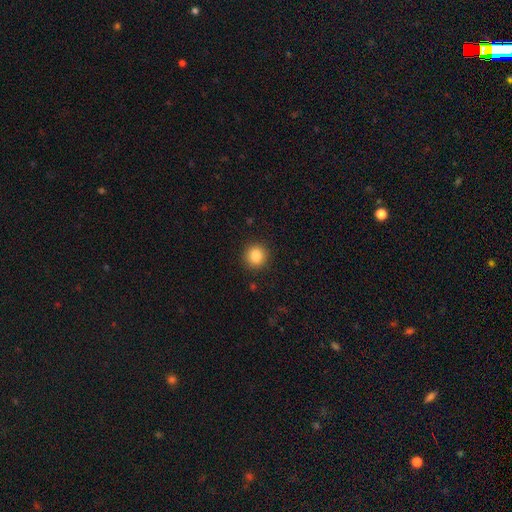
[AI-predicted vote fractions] Smooth or featured? Predicted: smooth (p=0.86). How rounded? Predicted: round (p=0.91). Merging? Predicted: none (p=0.91).